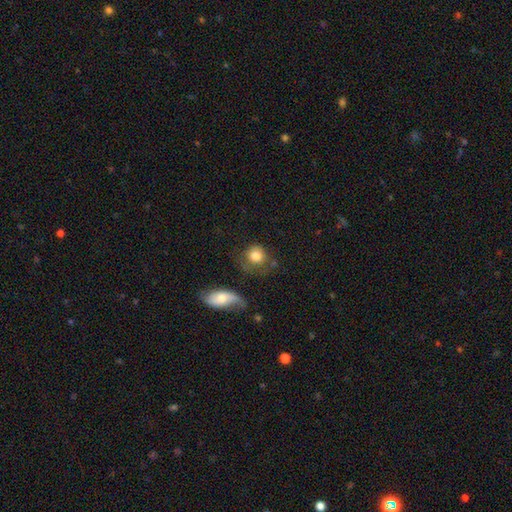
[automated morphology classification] Q: Smooth or featured?
A: smooth (78%); runner-up: featured or disk (13%)
Q: How rounded?
A: round (77%); runner-up: in between (21%)
Q: Merging?
A: none (51%); runner-up: minor disturbance (21%)